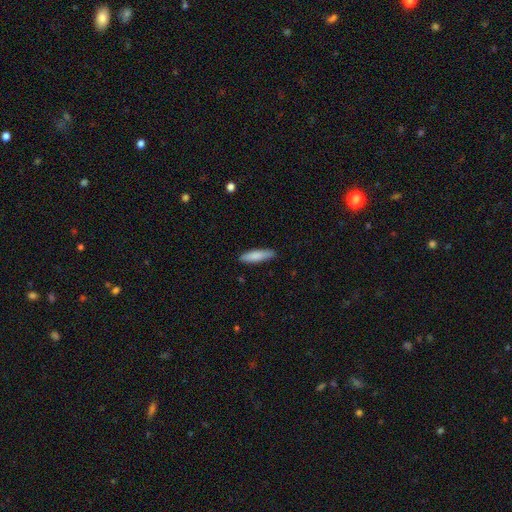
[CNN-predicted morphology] Smooth or featured? smooth (83%)
How rounded? cigar-shaped (71%)
Merging? none (88%)